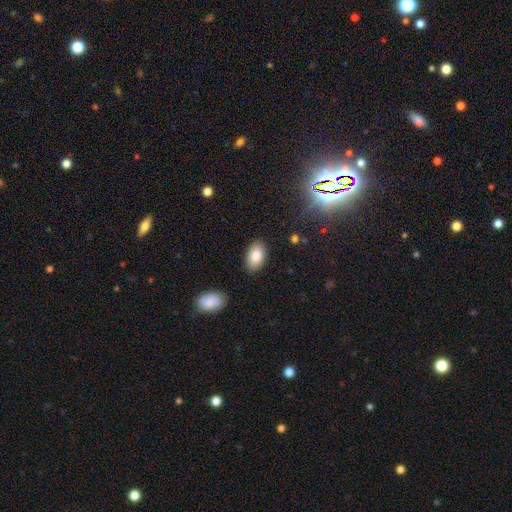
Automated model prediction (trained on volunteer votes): The model was most divided on "merging": none: 86%, minor disturbance: 10%, major disturbance: 2%, merger: 1%. More confident: how rounded — in between (94%); smooth or featured — smooth (85%).